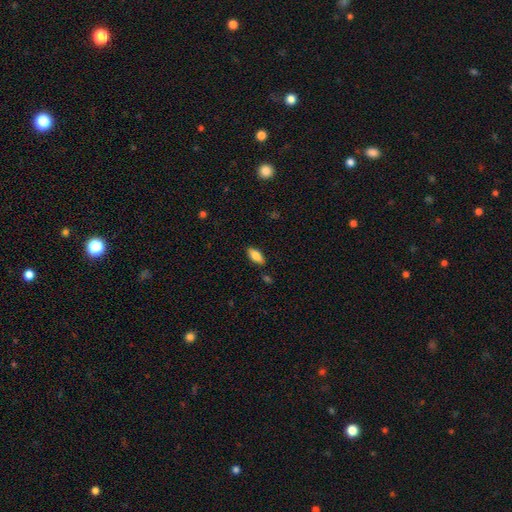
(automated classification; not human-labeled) Smooth or featured? smooth (78%)
How rounded? in between (84%)
Merging? none (86%)